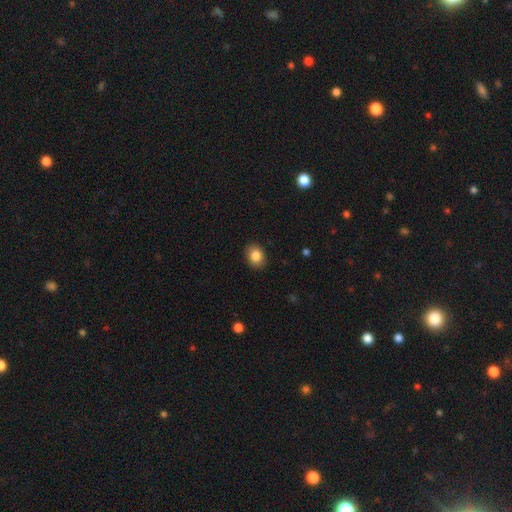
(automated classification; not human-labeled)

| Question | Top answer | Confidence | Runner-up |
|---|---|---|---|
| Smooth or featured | smooth | 85% | star or artifact (9%) |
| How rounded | in between | 57% | round (42%) |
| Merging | none | 89% | minor disturbance (8%) |